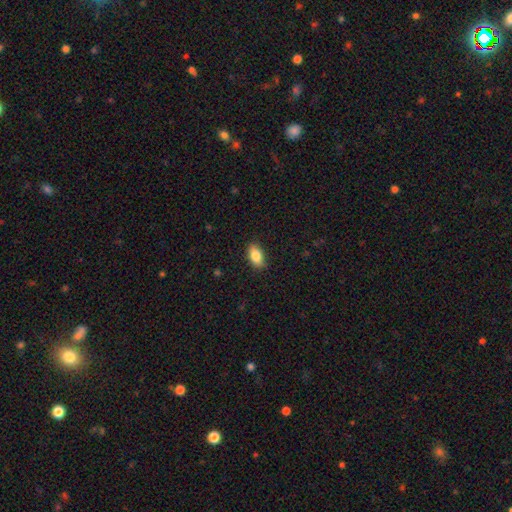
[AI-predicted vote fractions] A smooth galaxy with no disk features (85%) that is in between round and cigar-shaped (90%). Merging: none (87%).